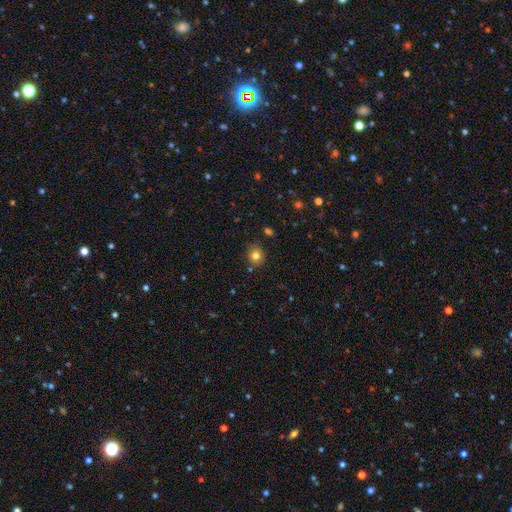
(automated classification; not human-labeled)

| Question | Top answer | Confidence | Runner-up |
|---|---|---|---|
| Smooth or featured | smooth | 80% | star or artifact (12%) |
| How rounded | round | 80% | in between (19%) |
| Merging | none | 83% | minor disturbance (12%) |